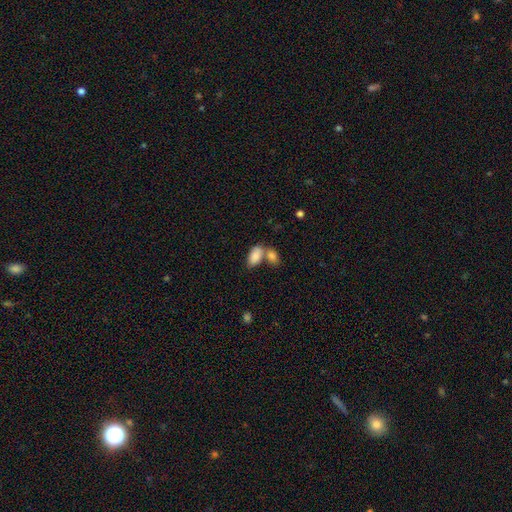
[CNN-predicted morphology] This appears to be a smooth galaxy with no disk features (86%) that is in between round and cigar-shaped (94%). Merging: merger (50%).